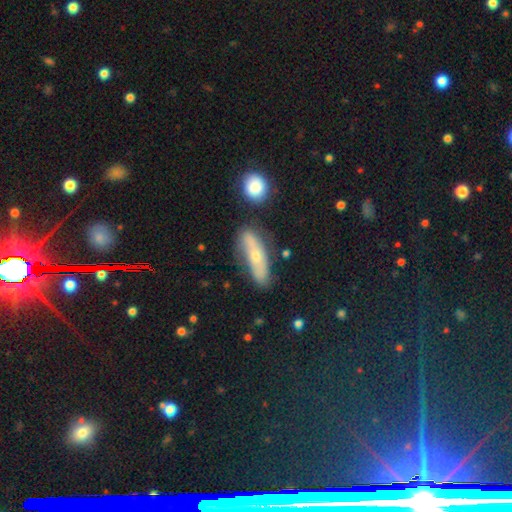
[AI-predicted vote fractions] This appears to be a smooth galaxy with no disk features (51%) that is cigar-shaped (53%). Merging: none (65%).